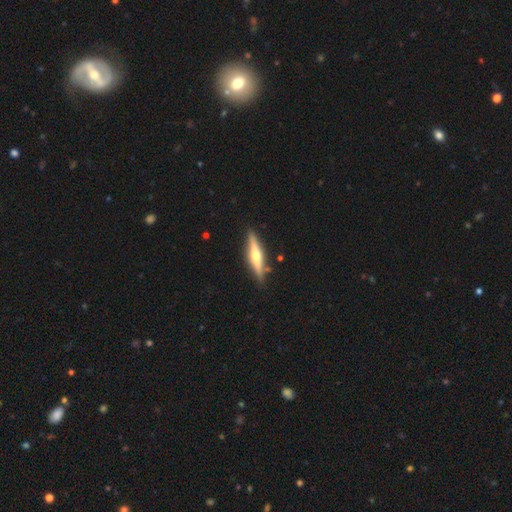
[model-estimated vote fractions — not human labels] Smooth or featured?
  - featured or disk: 66% *
  - smooth: 29%
  - star or artifact: 5%
Edge-on disk?
  - yes: 96% *
  - no: 4%
Edge-on bulge?
  - rounded: 91% *
  - none: 5%
  - boxy: 4%
Merging?
  - none: 87% *
  - minor disturbance: 9%
  - merger: 2%
  - major disturbance: 2%